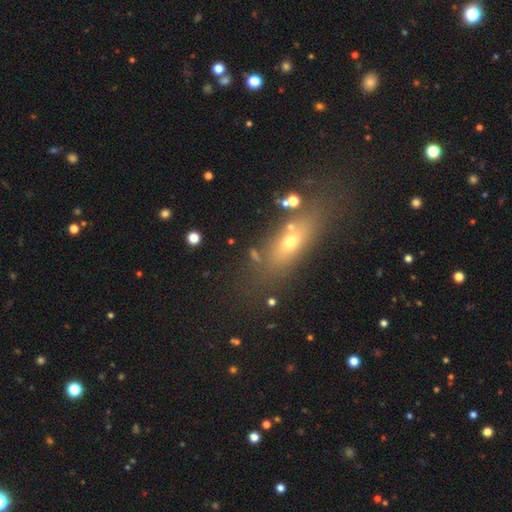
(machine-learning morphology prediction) smooth 58%, featured or disk 23%, star or artifact 20%. Down the decision tree: how rounded — in between (57%); merging — none (68%).